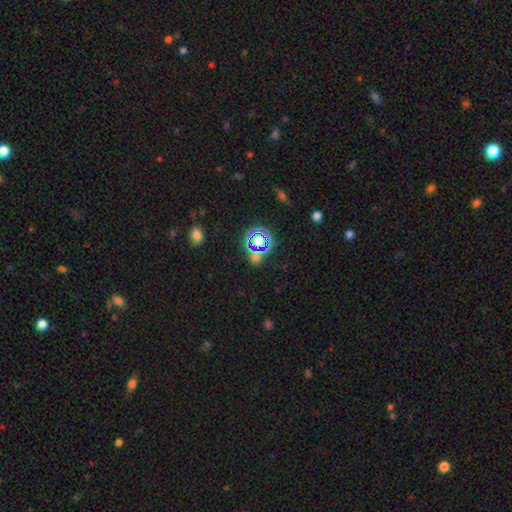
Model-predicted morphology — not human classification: Smooth or featured? star or artifact (69%)